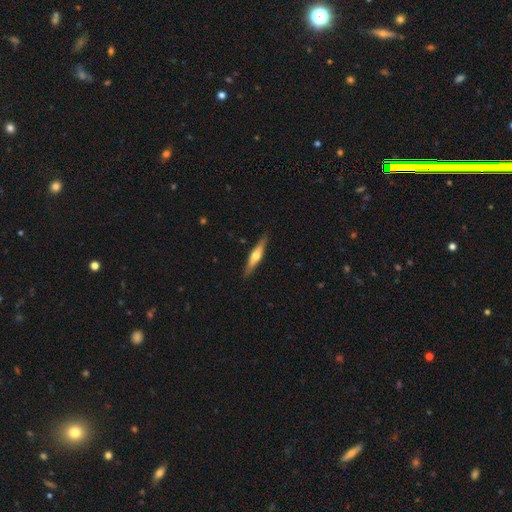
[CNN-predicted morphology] smooth_or_featured: featured or disk (p=0.57) [alt: smooth p=0.38]
disk_edge_on: yes (p=0.94) [alt: no p=0.06]
edge_on_bulge: rounded (p=0.92) [alt: none p=0.05]
merging: none (p=0.89) [alt: minor disturbance p=0.08]